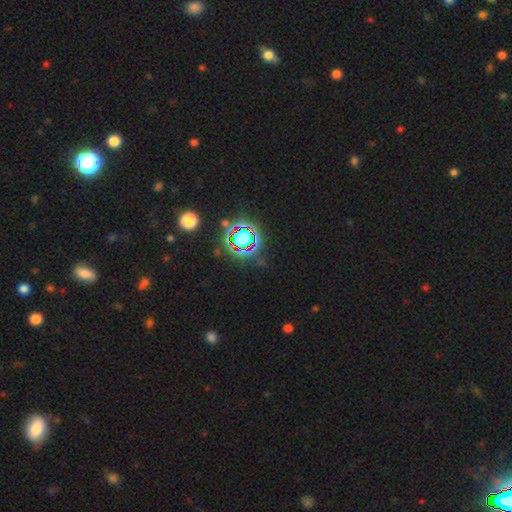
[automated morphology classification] Overall: star or artifact (80%).